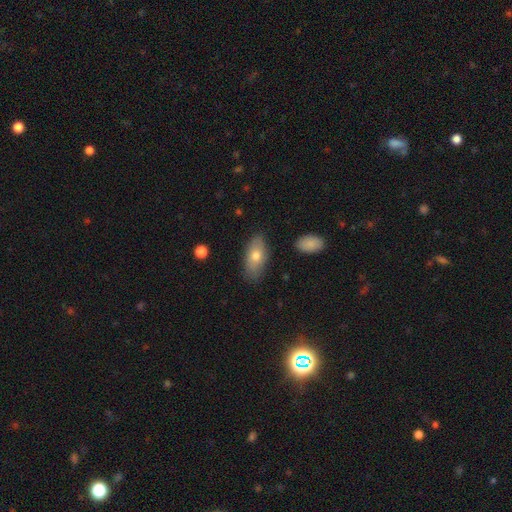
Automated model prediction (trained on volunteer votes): A smooth galaxy with no disk features (69%) that is in between round and cigar-shaped (88%).

Vote fractions:
- Smooth or featured? smooth: 69% / featured or disk: 24% / star or artifact: 7%
- How rounded? in between: 88% / cigar-shaped: 8% / round: 4%
- Merging? none: 79% / minor disturbance: 16% / major disturbance: 3% / merger: 2%